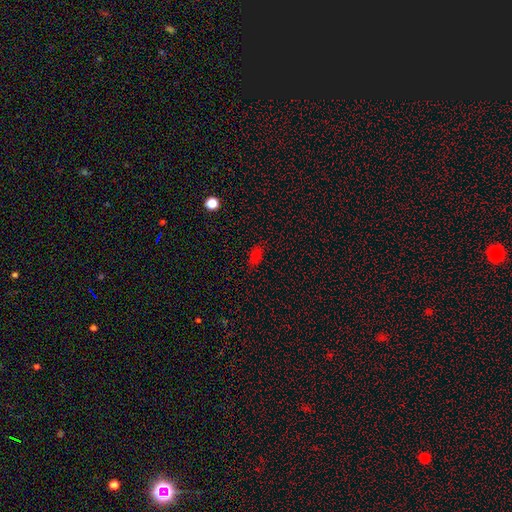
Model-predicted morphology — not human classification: Smooth or featured? Predicted: smooth (p=0.76). How rounded? Predicted: in between (p=0.84). Merging? Predicted: none (p=0.83).